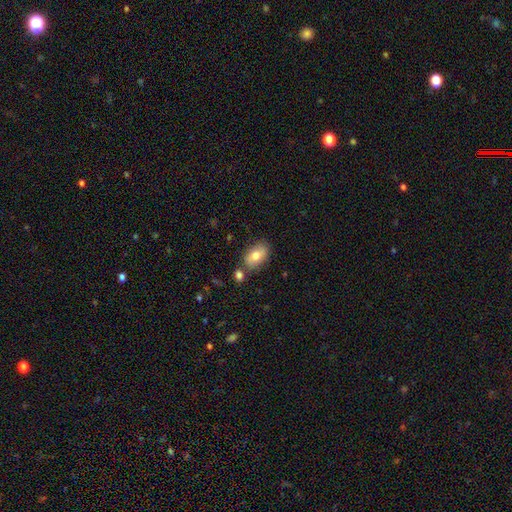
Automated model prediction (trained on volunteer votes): The model was most divided on "merging": none: 72%, minor disturbance: 14%, merger: 10%, major disturbance: 3%. More confident: how rounded — in between (89%); smooth or featured — smooth (76%).